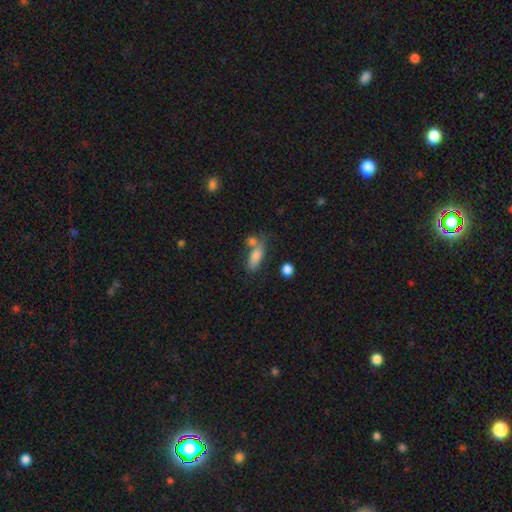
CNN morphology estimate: This is likely a smooth galaxy (77%). How rounded: likely in between (68%). Merging: possibly none (50%).